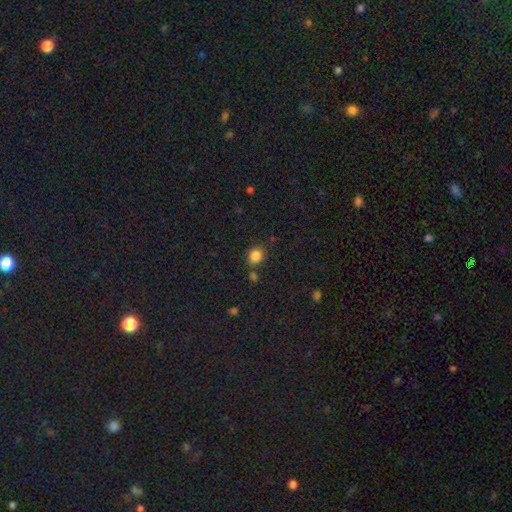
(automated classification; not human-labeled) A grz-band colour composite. It shows a smooth galaxy with no disk features (84%) that is round (71%). Merging: none (76%).